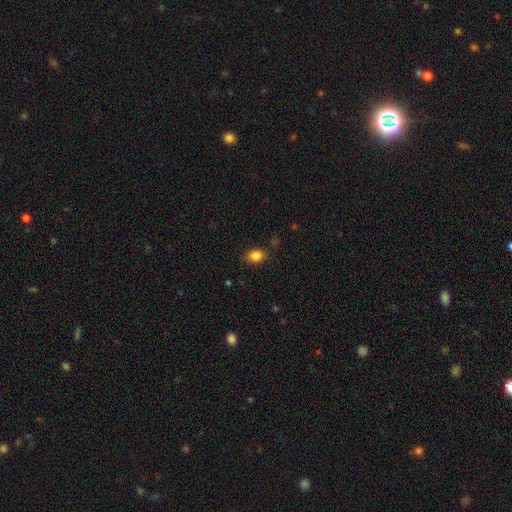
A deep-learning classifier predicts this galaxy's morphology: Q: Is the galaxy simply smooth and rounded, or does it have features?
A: smooth — 85%.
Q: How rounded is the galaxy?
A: in between — 73%.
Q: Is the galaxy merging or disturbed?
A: none — 81%.